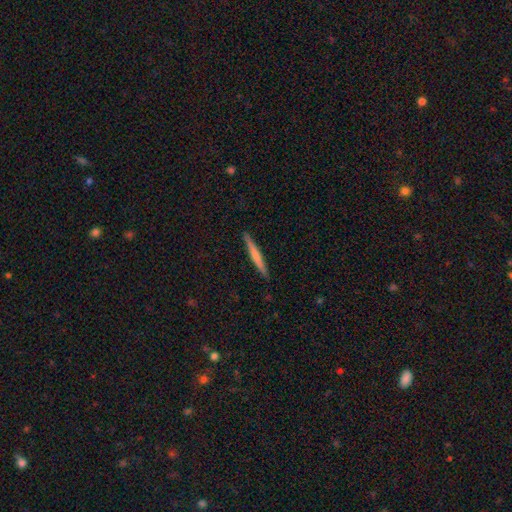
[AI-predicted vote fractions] Morphology: type=smooth (52%); roundness=cigar-shaped (96%); merging=none (91%).